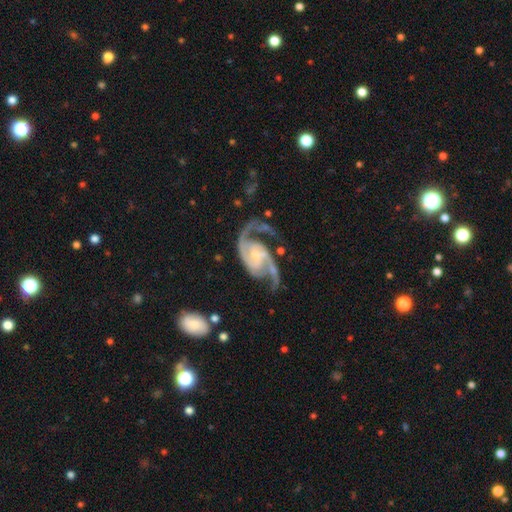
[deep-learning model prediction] smooth-or-featured: featured or disk: 93% | star or artifact: 4% | smooth: 3%
  disk-edge-on: no: 98% | yes: 2%
    bar: no: 50% | weak: 38% | strong: 13%
    has-spiral-arms: yes: 98% | no: 2%
      spiral-winding: medium: 55% | loose: 28% | tight: 17%
      spiral-arm-count: 2: 90% | 3: 3% | can't tell: 2% | 1: 2% | 4: 1% | more than 4: 1%
    bulge-size: small: 60% | moderate: 30% | none: 6% | large: 3% | dominant: 1%
  merging: none: 61% | minor disturbance: 19% | major disturbance: 17% | merger: 4%